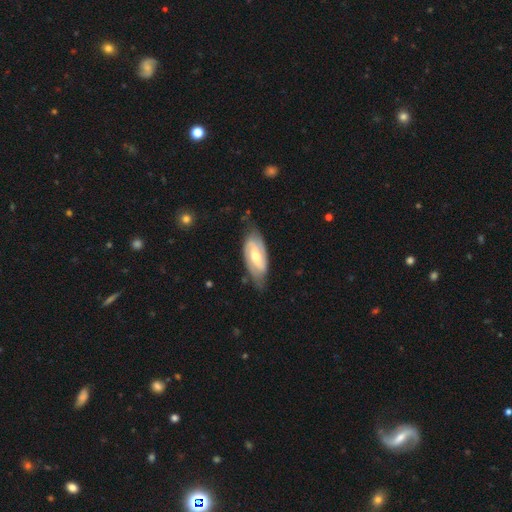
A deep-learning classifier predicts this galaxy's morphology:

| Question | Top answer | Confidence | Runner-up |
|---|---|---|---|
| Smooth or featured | featured or disk | 75% | smooth (21%) |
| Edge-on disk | no | 92% | yes (8%) |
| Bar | weak | 42% | no (29%) |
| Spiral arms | yes | 88% | no (12%) |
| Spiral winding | medium | 42% | tight (36%) |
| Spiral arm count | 2 | 84% | can't tell (10%) |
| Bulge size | moderate | 67% | small (27%) |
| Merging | none | 71% | minor disturbance (22%) |